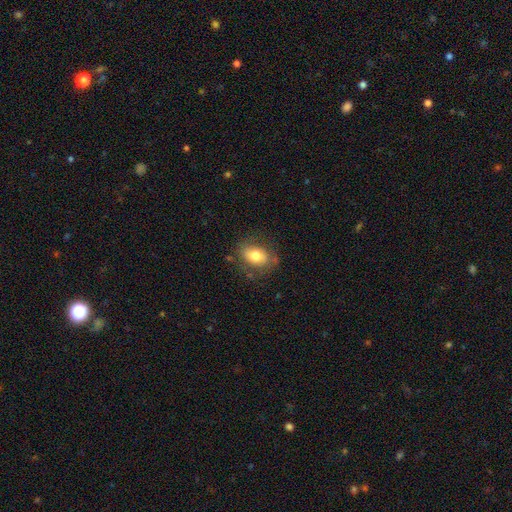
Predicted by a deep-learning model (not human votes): Q: Smooth or featured?
A: smooth (71%); runner-up: featured or disk (21%)
Q: How rounded?
A: in between (78%); runner-up: round (20%)
Q: Merging?
A: none (70%); runner-up: minor disturbance (20%)